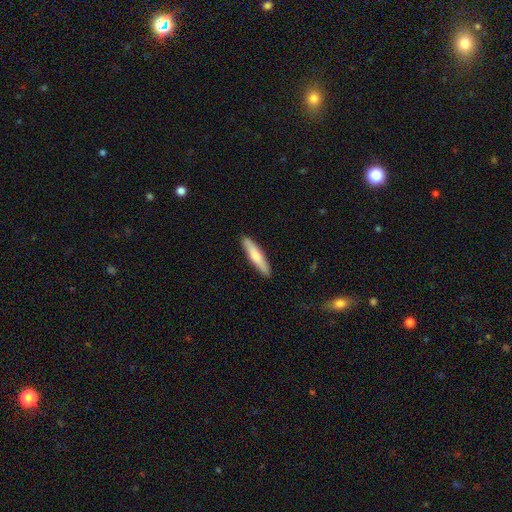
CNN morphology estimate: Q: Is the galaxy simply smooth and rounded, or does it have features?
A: smooth — 69%.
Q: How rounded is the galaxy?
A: cigar-shaped — 87%.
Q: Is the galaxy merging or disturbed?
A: none — 91%.